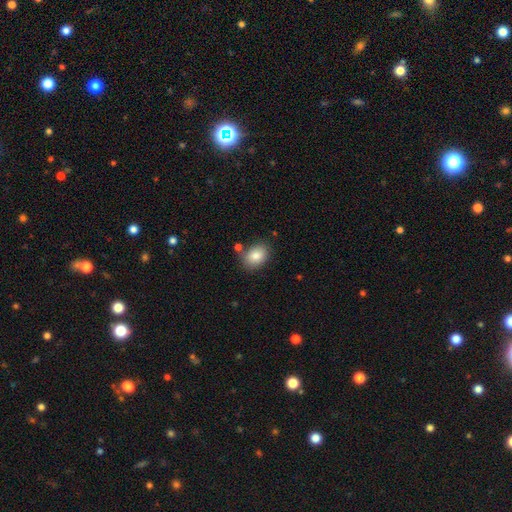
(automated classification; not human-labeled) smooth-or-featured: smooth: 84% | star or artifact: 8% | featured or disk: 8%
  how-rounded: in between: 70% | round: 29% | cigar-shaped: 1%
  merging: none: 77% | minor disturbance: 13% | merger: 7% | major disturbance: 3%